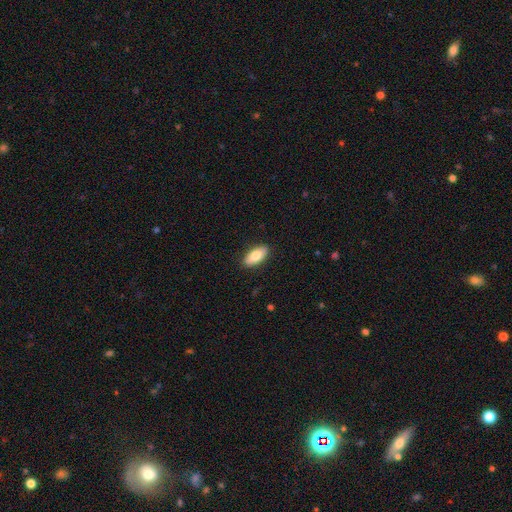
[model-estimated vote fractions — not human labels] Smooth or featured: smooth — 81% (featured or disk — 13%)
How rounded: in between — 88% (cigar-shaped — 10%)
Merging: none — 89% (minor disturbance — 8%)